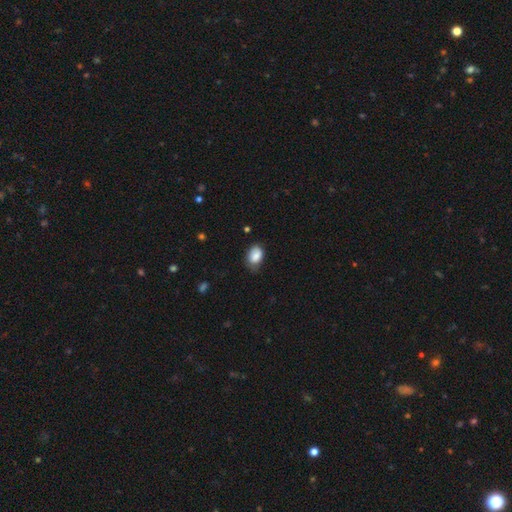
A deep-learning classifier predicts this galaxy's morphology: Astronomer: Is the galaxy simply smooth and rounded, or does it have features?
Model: smooth — 85%.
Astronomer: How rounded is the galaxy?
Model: in between — 83%.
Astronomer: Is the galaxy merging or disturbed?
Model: none — 61%.